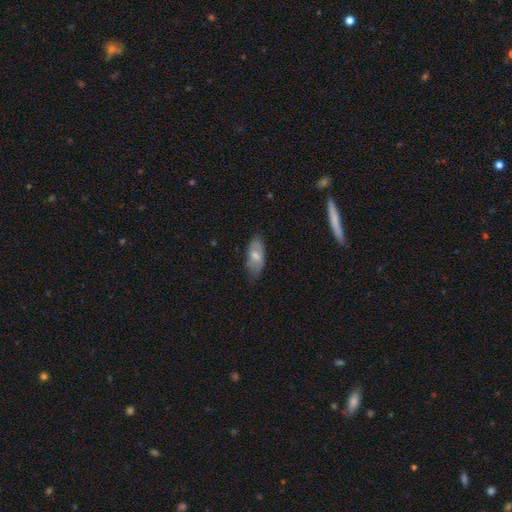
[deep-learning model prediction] smooth_or_featured: smooth (p=0.65) [alt: featured or disk p=0.28]
how_rounded: in between (p=0.88) [alt: cigar-shaped p=0.09]
merging: none (p=0.69) [alt: minor disturbance p=0.24]